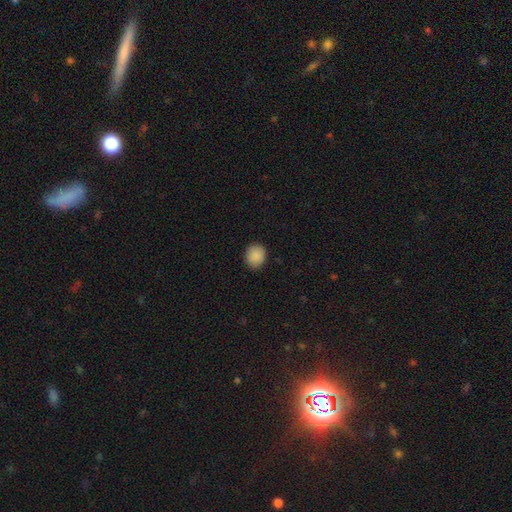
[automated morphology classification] This appears to be a smooth galaxy with no disk features (90%) that is round (72%). Merging: none (89%).